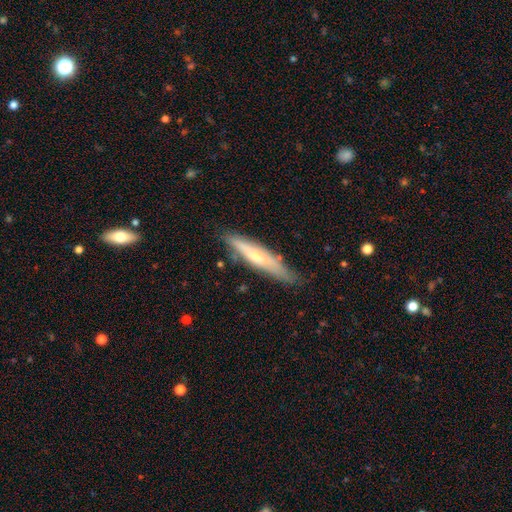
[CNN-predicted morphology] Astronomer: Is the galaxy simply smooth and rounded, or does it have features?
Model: featured or disk — 49% (runner-up: smooth, 45%).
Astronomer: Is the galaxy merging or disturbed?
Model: none — 73%.